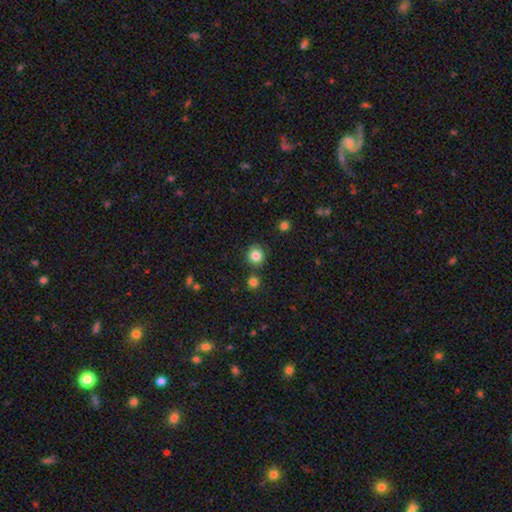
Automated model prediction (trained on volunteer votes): Q: Smooth or featured?
A: smooth (83%); runner-up: star or artifact (12%)
Q: How rounded?
A: round (89%); runner-up: in between (10%)
Q: Merging?
A: none (83%); runner-up: minor disturbance (8%)